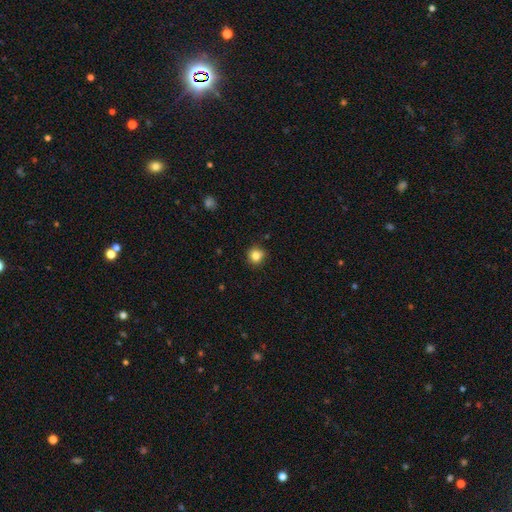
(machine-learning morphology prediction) This is clearly a smooth galaxy (83%). How rounded: clearly round (91%). Merging: clearly none (87%).